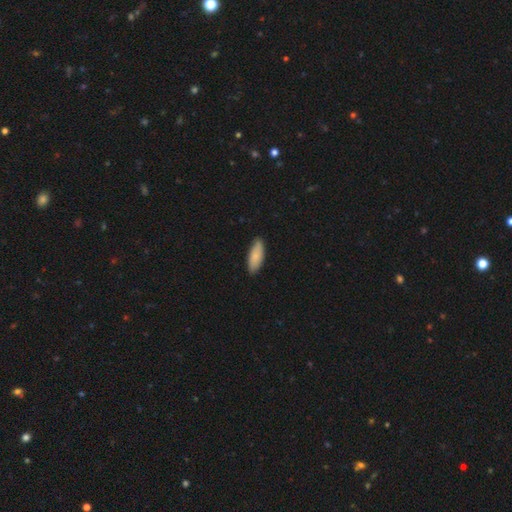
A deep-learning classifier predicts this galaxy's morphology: Smooth or featured?
  - smooth: 83% *
  - featured or disk: 11%
  - star or artifact: 5%
How rounded?
  - in between: 73% *
  - cigar-shaped: 26%
  - round: 2%
Merging?
  - none: 84% *
  - minor disturbance: 13%
  - major disturbance: 2%
  - merger: 1%